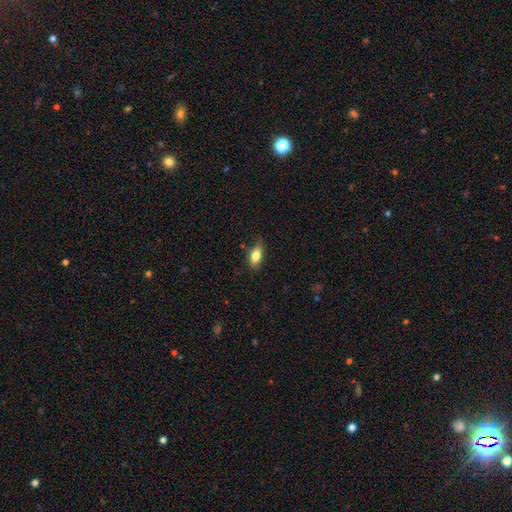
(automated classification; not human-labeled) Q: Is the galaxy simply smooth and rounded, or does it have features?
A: smooth — 79%.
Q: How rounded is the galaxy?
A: in between — 85%.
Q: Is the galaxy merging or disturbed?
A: none — 73%.